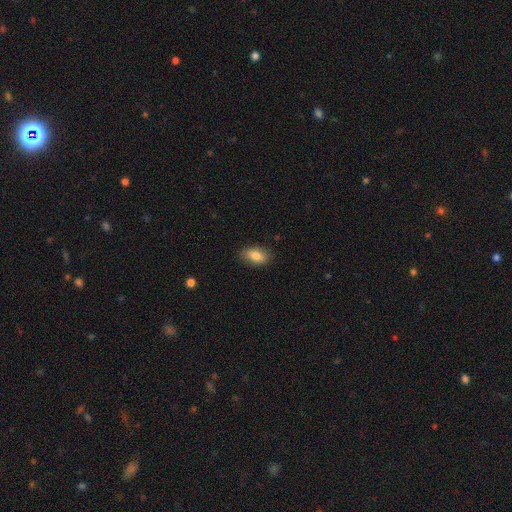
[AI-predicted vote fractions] Overall: smooth (82%). How rounded: in between (89%). Merging: none (84%).